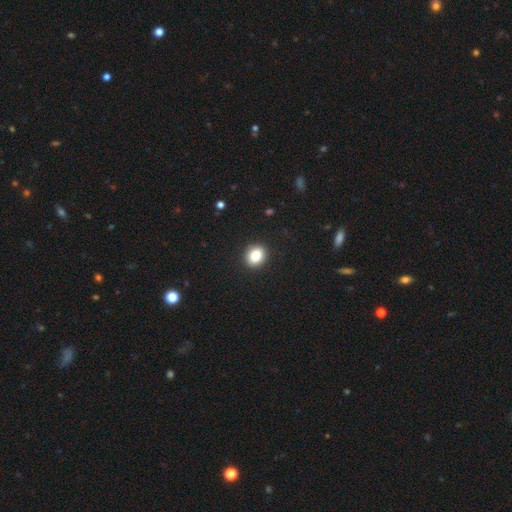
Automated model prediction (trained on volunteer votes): The model was most divided on "how rounded": round: 66%, in between: 33%, cigar-shaped: 1%. More confident: merging — none (92%); smooth or featured — smooth (84%).